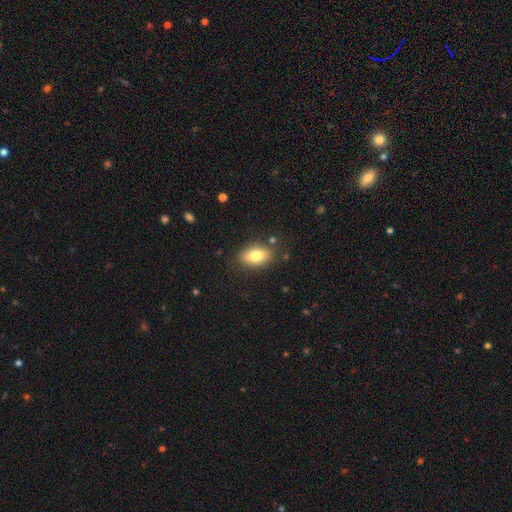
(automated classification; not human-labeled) Morphology: type=smooth (78%); roundness=in between (88%); merging=none (83%).